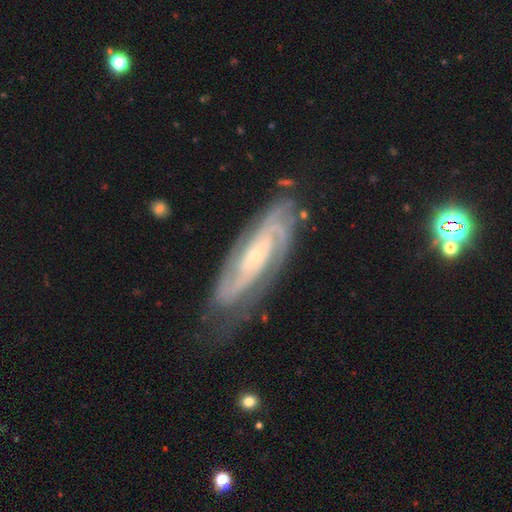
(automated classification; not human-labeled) smooth_or_featured: featured or disk (p=0.89) [alt: smooth p=0.06]
disk_edge_on: no (p=0.90) [alt: yes p=0.10]
bar: no (p=0.52) [alt: weak p=0.32]
has_spiral_arms: yes (p=0.98) [alt: no p=0.02]
spiral_winding: tight (p=0.67) [alt: medium p=0.28]
spiral_arm_count: 2 (p=0.39) [alt: can't tell p=0.21]
bulge_size: small (p=0.68) [alt: moderate p=0.25]
merging: none (p=0.74) [alt: minor disturbance p=0.18]